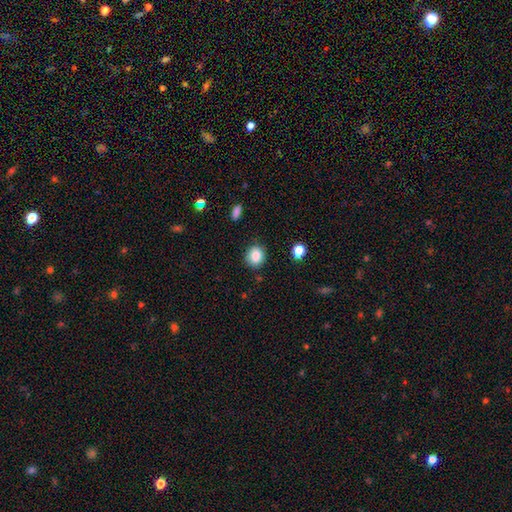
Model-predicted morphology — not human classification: smooth_or_featured: smooth (p=0.86) [alt: star or artifact p=0.09]
how_rounded: round (p=0.71) [alt: in between p=0.28]
merging: none (p=0.82) [alt: minor disturbance p=0.12]